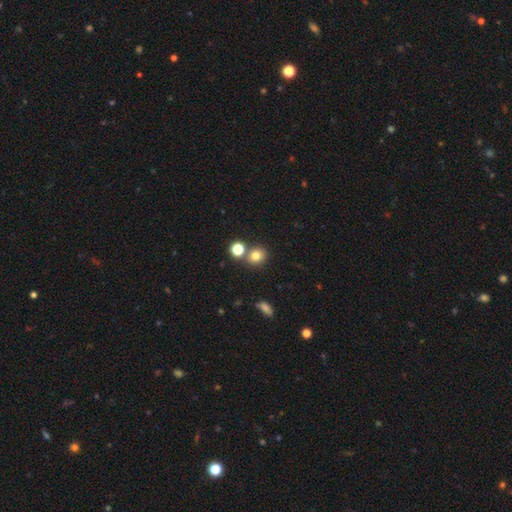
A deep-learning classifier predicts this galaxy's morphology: Smooth or featured? Predicted: smooth (p=0.78). How rounded? Predicted: round (p=0.81). Merging? Predicted: none (p=0.70).